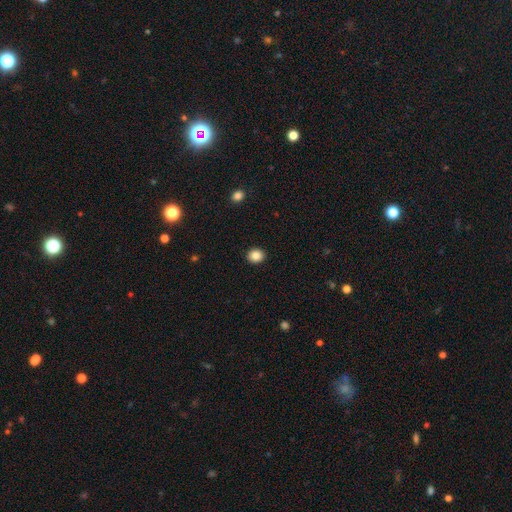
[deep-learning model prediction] Morphology: type=smooth (86%); roundness=round (81%); merging=none (92%).